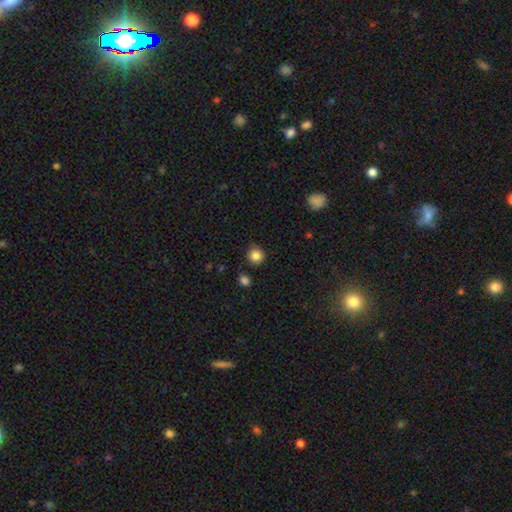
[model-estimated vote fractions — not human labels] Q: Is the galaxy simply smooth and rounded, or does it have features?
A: smooth — 85%.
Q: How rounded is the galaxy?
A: round — 93%.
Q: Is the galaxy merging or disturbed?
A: none — 86%.